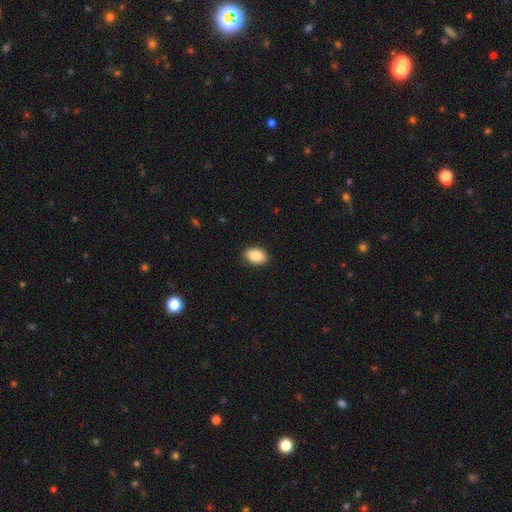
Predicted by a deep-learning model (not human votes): This appears to be a smooth galaxy with no disk features (88%) that is in between round and cigar-shaped (86%). Merging: none (90%).